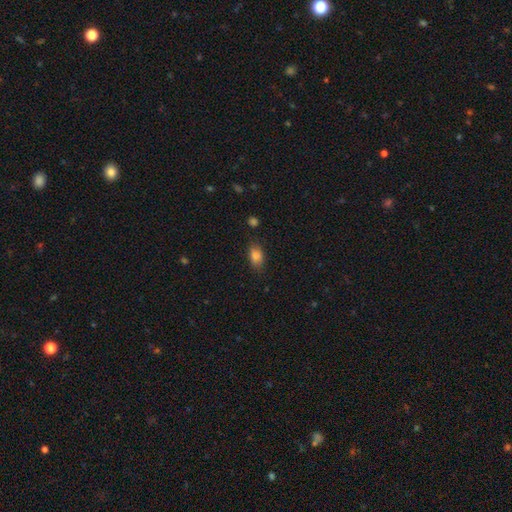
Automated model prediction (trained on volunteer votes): smooth 83%, star or artifact 10%, featured or disk 7%. Down the decision tree: how rounded — in between (85%); merging — none (79%).